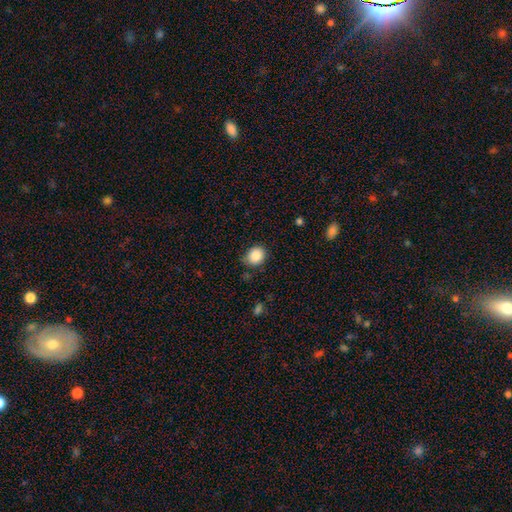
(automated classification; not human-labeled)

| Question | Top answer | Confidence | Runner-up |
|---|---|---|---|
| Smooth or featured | smooth | 86% | star or artifact (9%) |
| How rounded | round | 68% | in between (31%) |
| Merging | none | 76% | minor disturbance (19%) |